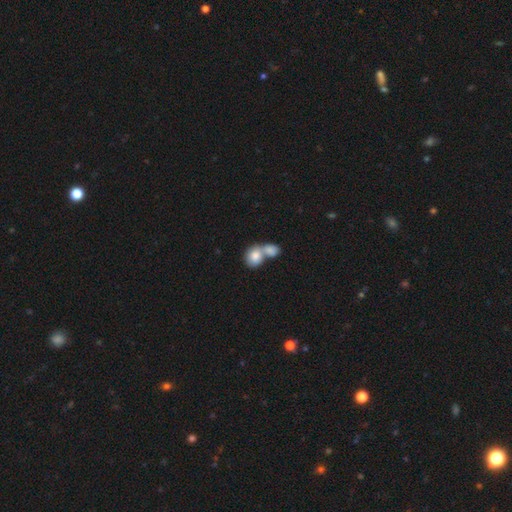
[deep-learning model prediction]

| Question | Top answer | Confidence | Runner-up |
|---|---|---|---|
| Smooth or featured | smooth | 81% | featured or disk (13%) |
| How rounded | round | 57% | in between (42%) |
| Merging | merger | 73% | none (18%) |